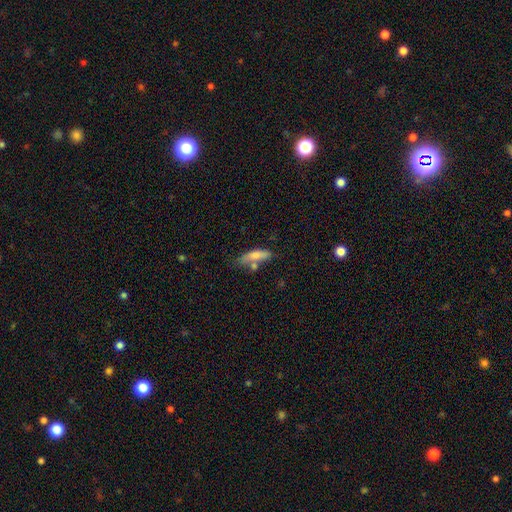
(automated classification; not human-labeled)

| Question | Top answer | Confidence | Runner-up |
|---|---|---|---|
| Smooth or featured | smooth | 70% | featured or disk (23%) |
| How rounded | cigar-shaped | 60% | in between (38%) |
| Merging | none | 51% | minor disturbance (21%) |